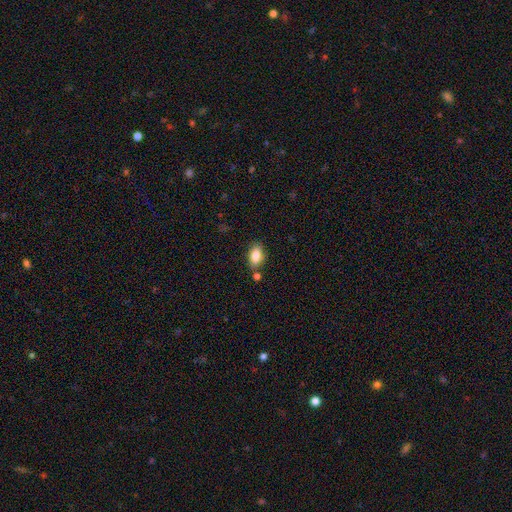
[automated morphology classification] Overall: smooth (84%). How rounded: in between (90%). Merging: none (77%).